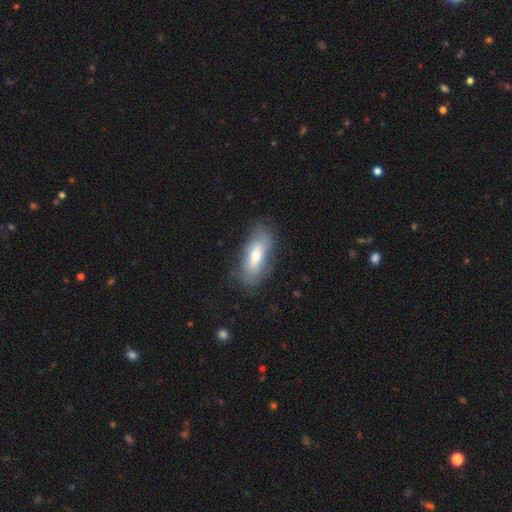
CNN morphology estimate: A smooth galaxy with no disk features (63%) that is in between round and cigar-shaped (76%). Merging: none (75%).